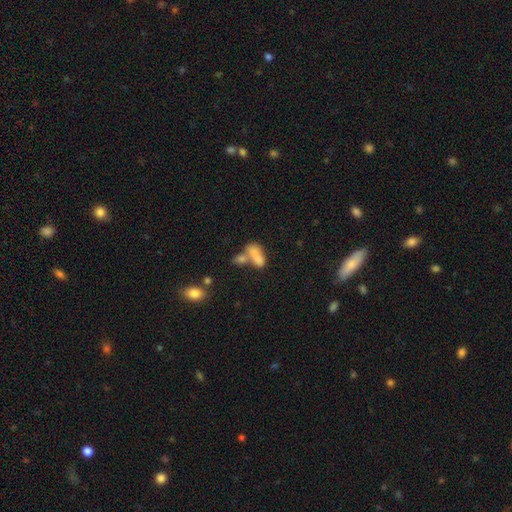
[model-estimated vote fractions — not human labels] A smooth galaxy with no disk features (73%) that is in between round and cigar-shaped (82%). Merging: merger (60%).